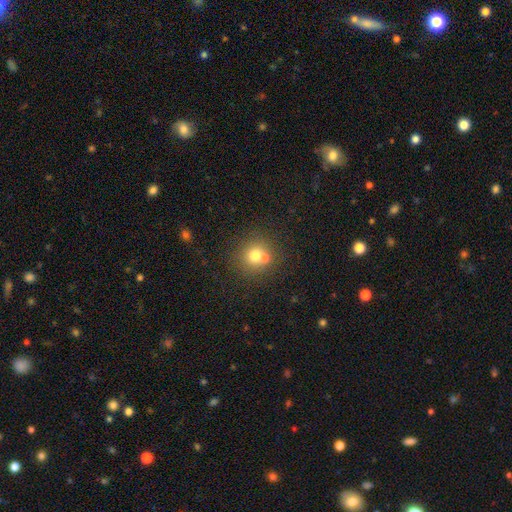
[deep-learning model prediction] smooth_or_featured: smooth (p=0.71) [alt: featured or disk p=0.16]
how_rounded: round (p=0.90) [alt: in between p=0.09]
merging: none (p=0.55) [alt: merger p=0.34]